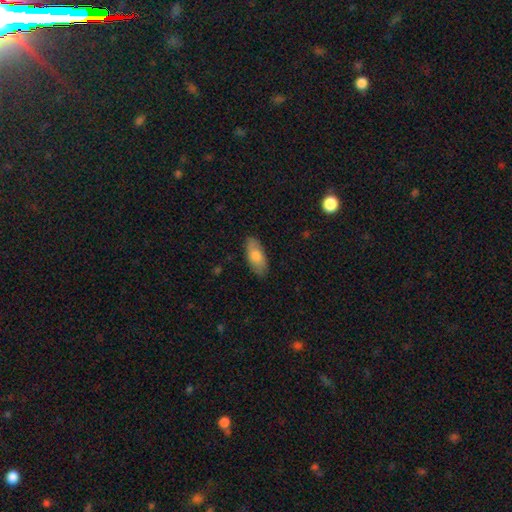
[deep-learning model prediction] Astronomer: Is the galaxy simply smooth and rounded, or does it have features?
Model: smooth — 75%.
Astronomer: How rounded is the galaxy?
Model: in between — 88%.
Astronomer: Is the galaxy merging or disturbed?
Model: none — 84%.